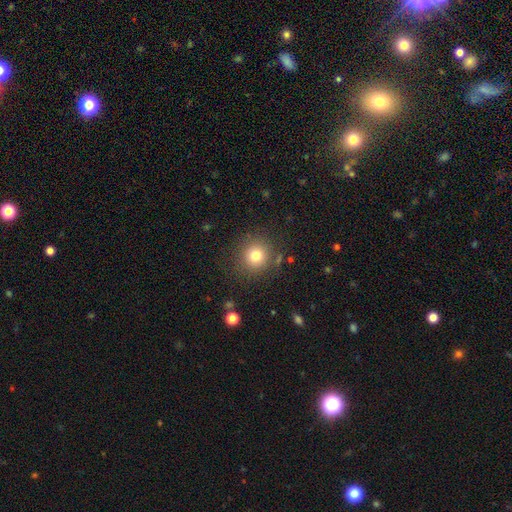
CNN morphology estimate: Smooth or featured? smooth (78%)
How rounded? round (92%)
Merging? none (86%)